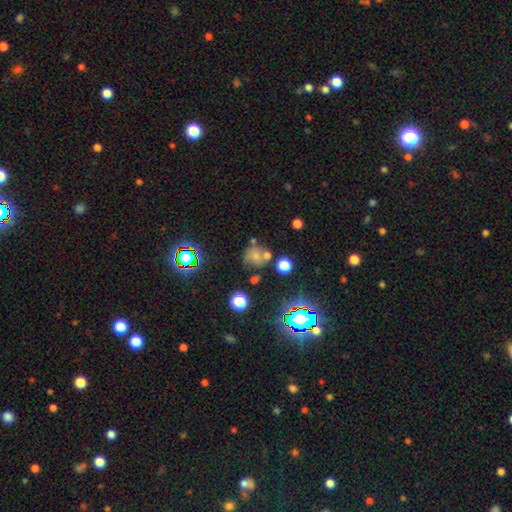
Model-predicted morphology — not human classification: A smooth galaxy with no disk features (54%) that is round (81%).

Vote fractions:
- Smooth or featured? smooth: 54% / star or artifact: 26% / featured or disk: 20%
- How rounded? round: 81% / in between: 18% / cigar-shaped: 1%
- Merging? none: 51% / merger: 23% / minor disturbance: 17% / major disturbance: 9%